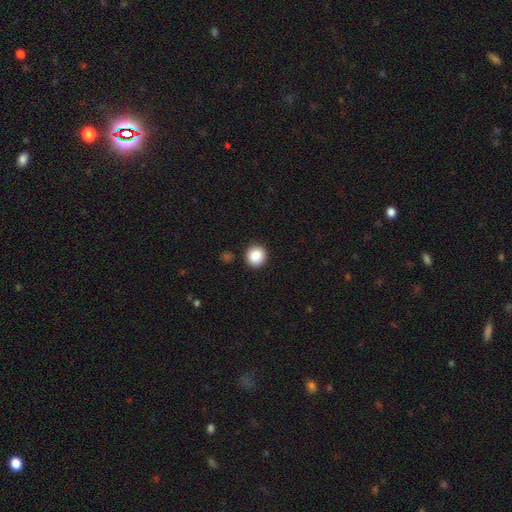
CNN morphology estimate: smooth_or_featured: smooth (p=0.88) [alt: star or artifact p=0.09]
how_rounded: round (p=0.92) [alt: in between p=0.07]
merging: none (p=0.90) [alt: minor disturbance p=0.06]